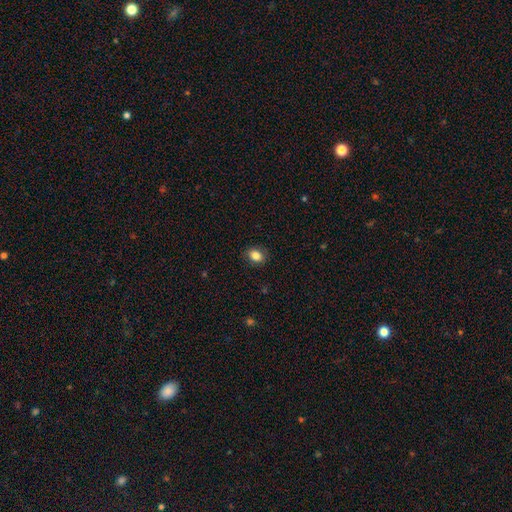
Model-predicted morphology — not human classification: Smooth or featured? smooth (85%)
How rounded? in between (59%)
Merging? none (87%)